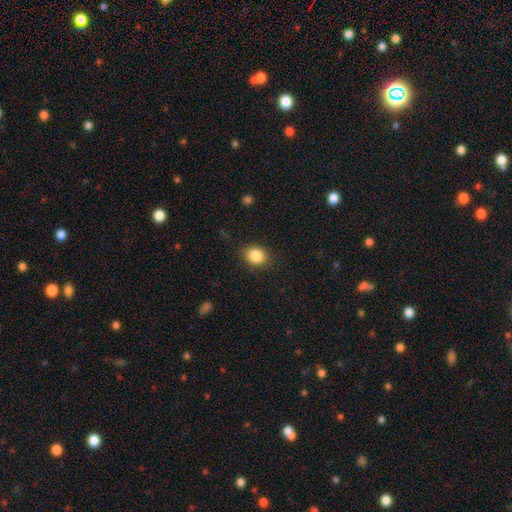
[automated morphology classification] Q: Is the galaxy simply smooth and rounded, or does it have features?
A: smooth — 85%.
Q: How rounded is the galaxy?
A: round — 56%.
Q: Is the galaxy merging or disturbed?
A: none — 86%.